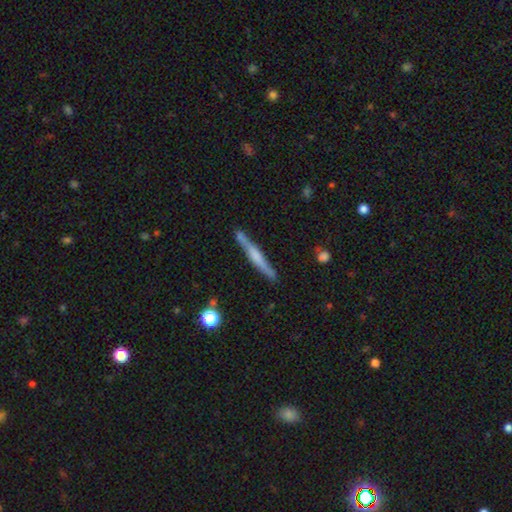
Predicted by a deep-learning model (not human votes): The model was most divided on "edge-on bulge": rounded: 47%, boxy: 28%, none: 25%. More confident: edge-on disk — yes (97%); merging — none (85%); smooth or featured — featured or disk (60%).